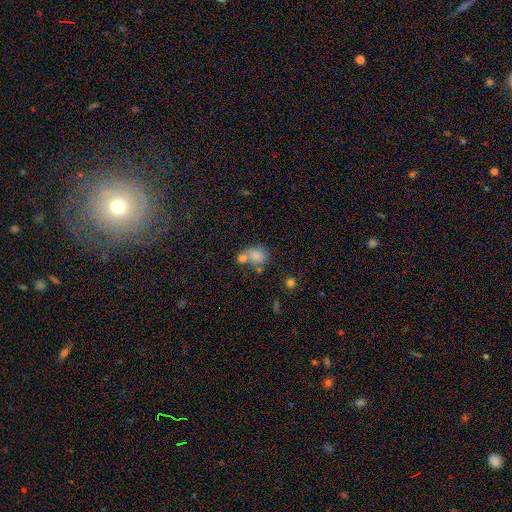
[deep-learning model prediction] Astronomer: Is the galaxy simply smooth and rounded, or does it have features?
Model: smooth — 78%.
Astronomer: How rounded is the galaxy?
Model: round — 54% (runner-up: in between, 45%).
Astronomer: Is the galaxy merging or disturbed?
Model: merger — 44% (runner-up: none, 36%).